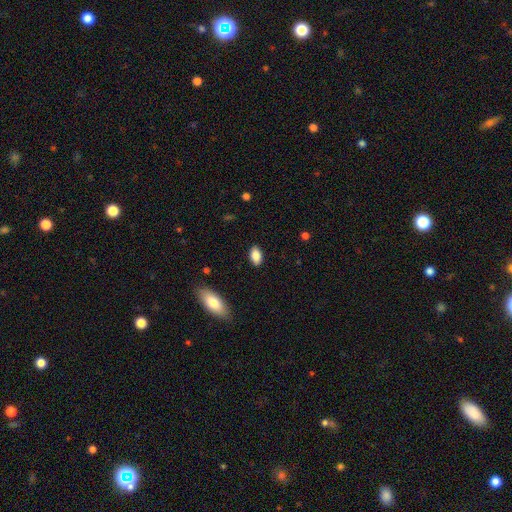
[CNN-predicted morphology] smooth-or-featured: smooth: 86% | star or artifact: 8% | featured or disk: 6%
  how-rounded: in between: 91% | round: 6% | cigar-shaped: 3%
  merging: none: 88% | minor disturbance: 9% | major disturbance: 2% | merger: 1%